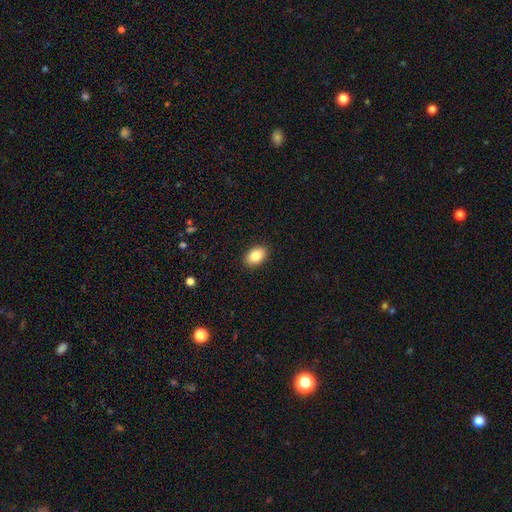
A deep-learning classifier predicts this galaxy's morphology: This is clearly a smooth galaxy (85%). How rounded: clearly in between (83%). Merging: clearly none (90%).